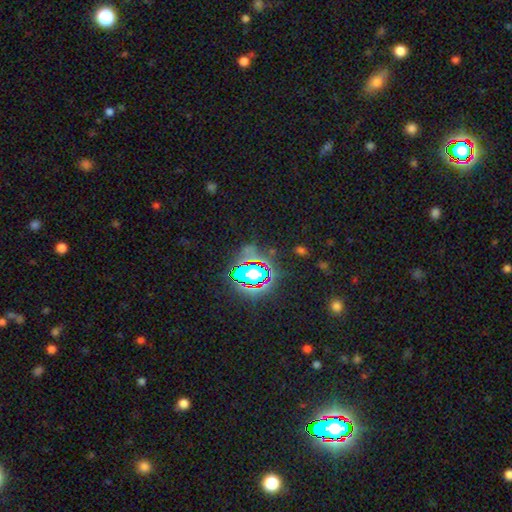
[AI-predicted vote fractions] Smooth or featured: star or artifact — 82% (smooth — 11%)